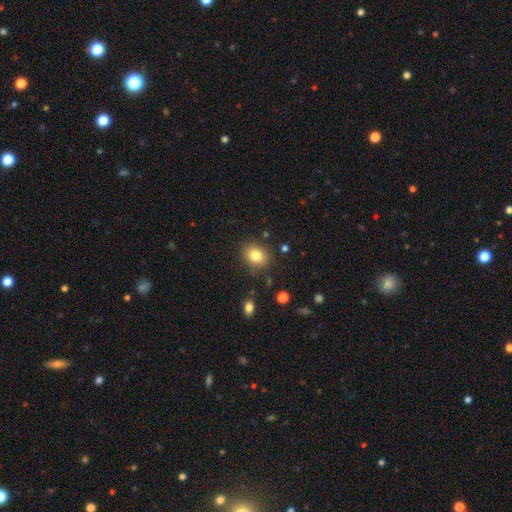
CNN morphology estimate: This is clearly a smooth galaxy (82%). How rounded: possibly round (52%). Merging: clearly none (83%).